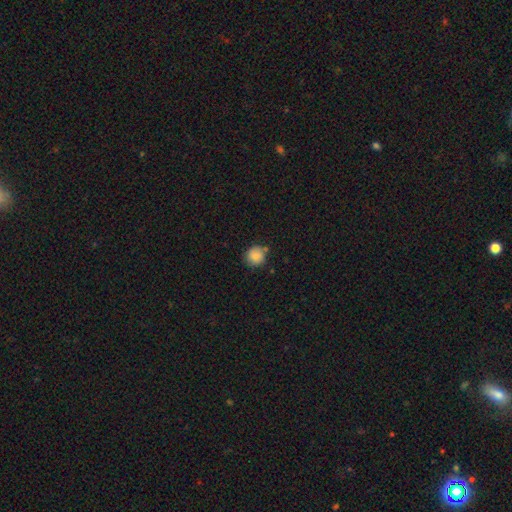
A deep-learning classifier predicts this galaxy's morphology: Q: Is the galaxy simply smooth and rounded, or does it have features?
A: smooth — 86%.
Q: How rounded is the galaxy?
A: round — 91%.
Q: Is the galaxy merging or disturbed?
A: none — 76%.